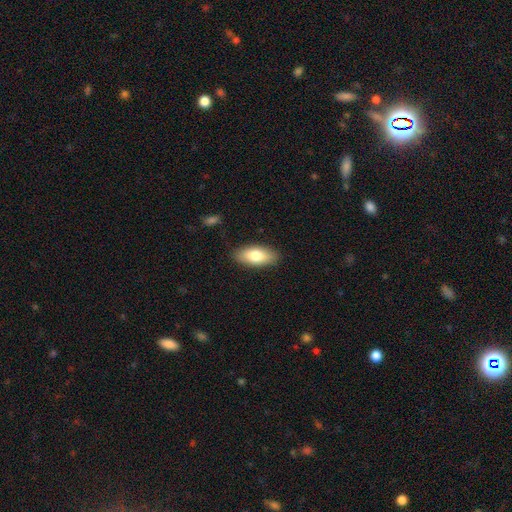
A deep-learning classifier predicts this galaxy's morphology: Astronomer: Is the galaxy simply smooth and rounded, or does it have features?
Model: smooth — 78%.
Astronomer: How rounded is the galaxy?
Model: in between — 86%.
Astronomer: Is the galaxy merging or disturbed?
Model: none — 87%.